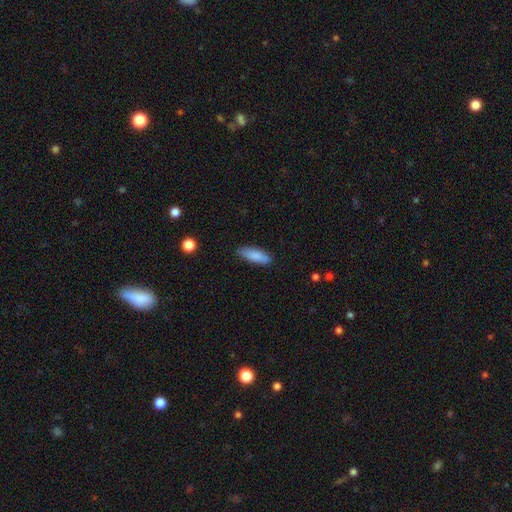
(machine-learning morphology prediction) Smooth or featured? Predicted: smooth (p=0.86). How rounded? Predicted: in between (p=0.54). Merging? Predicted: none (p=0.83).